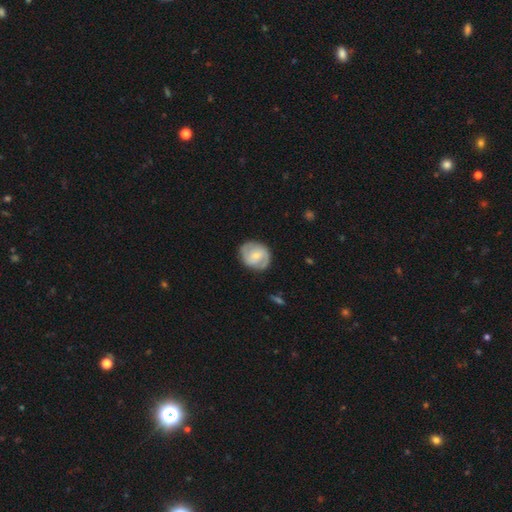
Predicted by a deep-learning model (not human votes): The model was most divided on "spiral winding": medium: 43%, tight: 40%, loose: 17%. Remaining: edge-on disk — no (97%); spiral arms — yes (84%); spiral arm count — 2 (78%); merging — none (77%); smooth or featured — featured or disk (62%); bulge size — small (57%); bar — no (46%).